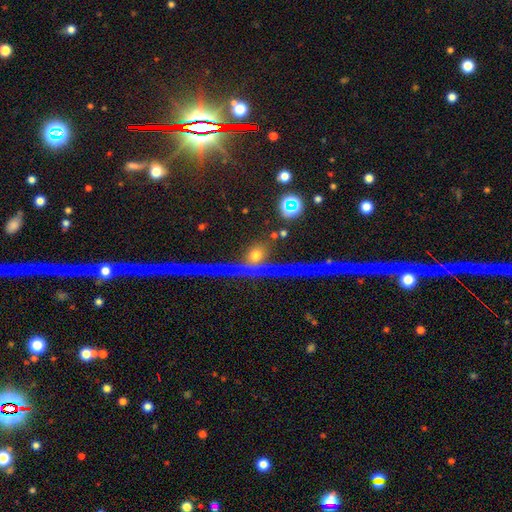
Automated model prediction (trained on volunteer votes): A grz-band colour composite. It shows a smooth galaxy with no disk features (39%). Merging: none (55%).